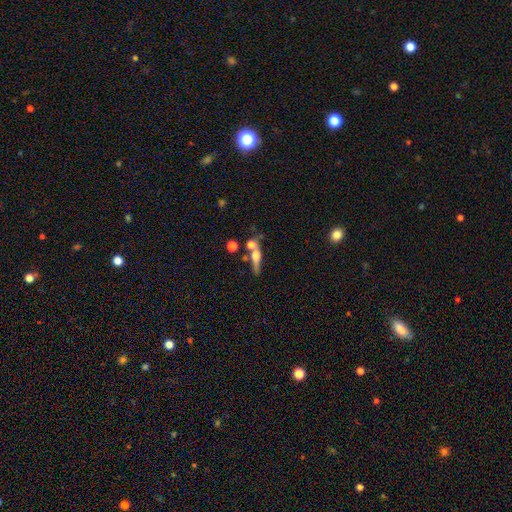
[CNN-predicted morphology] smooth_or_featured: smooth (p=0.46) [alt: featured or disk p=0.43]
merging: none (p=0.45) [alt: merger p=0.31]